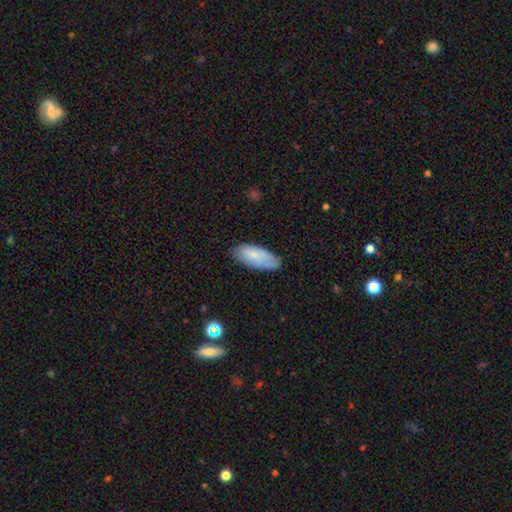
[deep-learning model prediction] A smooth galaxy with no disk features (76%) that is in between round and cigar-shaped (82%).

Vote fractions:
- Smooth or featured? smooth: 76% / featured or disk: 18% / star or artifact: 7%
- How rounded? in between: 82% / cigar-shaped: 16% / round: 2%
- Merging? none: 73% / minor disturbance: 21% / major disturbance: 4% / merger: 2%